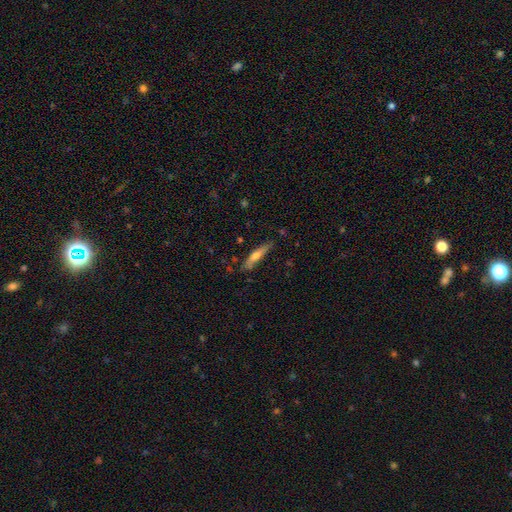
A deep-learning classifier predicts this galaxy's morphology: The model was most divided on "smooth or featured": smooth: 50%, featured or disk: 44%, star or artifact: 6%. More confident: merging — none (76%).